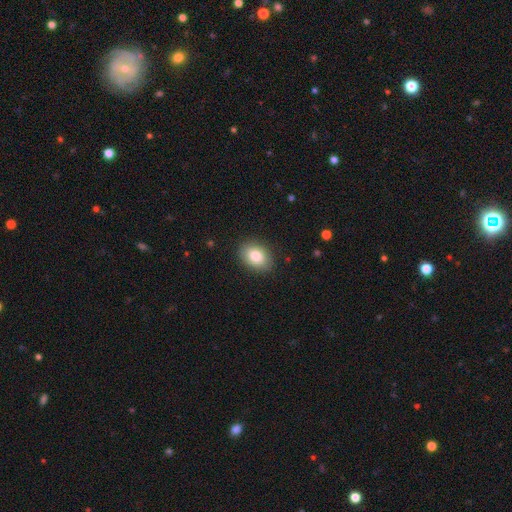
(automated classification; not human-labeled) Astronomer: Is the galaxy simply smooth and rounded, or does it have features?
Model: smooth — 83%.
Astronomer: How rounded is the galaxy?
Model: in between — 74%.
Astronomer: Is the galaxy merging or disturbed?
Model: none — 87%.